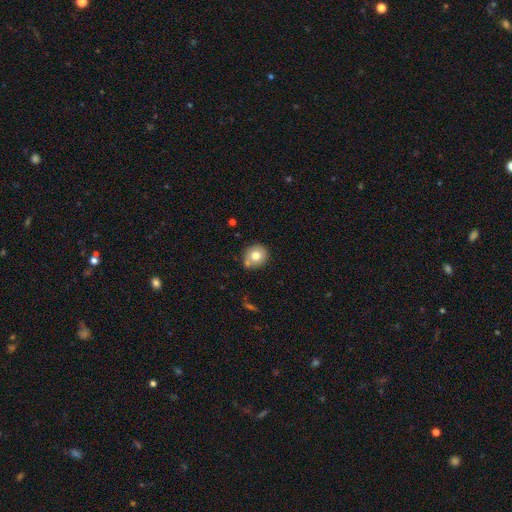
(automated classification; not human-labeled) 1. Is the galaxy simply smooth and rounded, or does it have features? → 74% smooth, 16% featured or disk, 10% star or artifact.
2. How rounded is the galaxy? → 82% round, 17% in between, 1% cigar-shaped.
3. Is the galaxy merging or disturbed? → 73% none, 14% minor disturbance, 11% merger, 3% major disturbance.